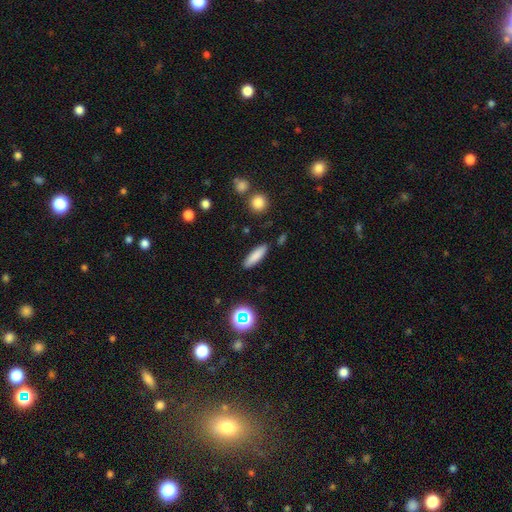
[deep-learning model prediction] Overall: smooth (82%). How rounded: cigar-shaped (65%; in between 32%). Merging: none (88%).